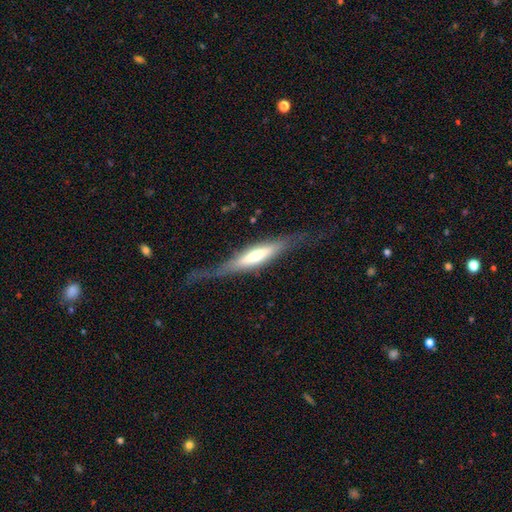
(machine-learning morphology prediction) featured or disk 67%, smooth 27%, star or artifact 6%. Down the decision tree: edge-on disk — yes (89%); edge-on bulge — rounded (66%); merging — none (70%).